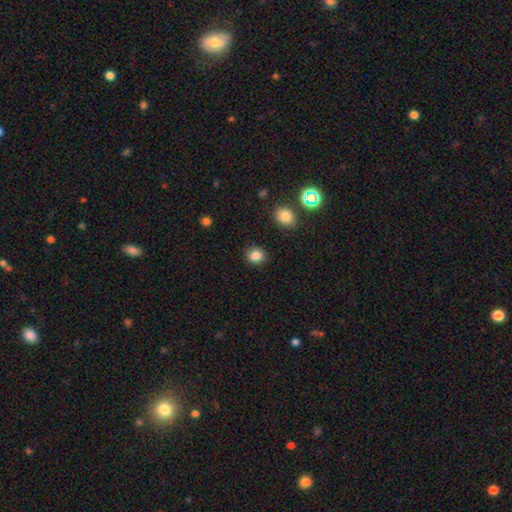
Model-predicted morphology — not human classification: smooth_or_featured: smooth (p=0.85) [alt: star or artifact p=0.11]
how_rounded: round (p=0.79) [alt: in between p=0.20]
merging: none (p=0.89) [alt: minor disturbance p=0.07]